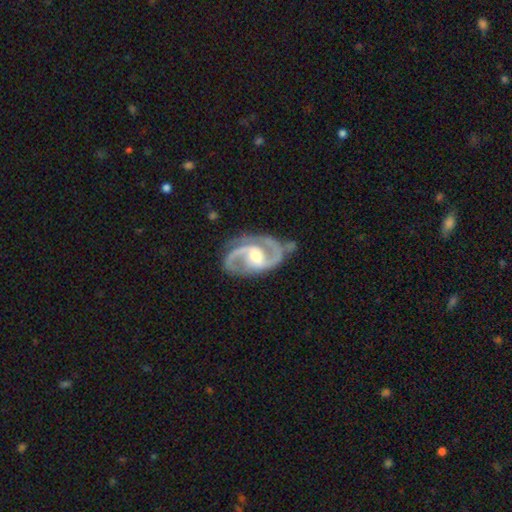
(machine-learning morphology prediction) type=featured or disk (93%); edge-on=no (98%); bar=weak (47%); spiral arms=yes (98%); winding=medium (63%); arm count=2 (93%); bulge=moderate (64%); merging=none (75%).